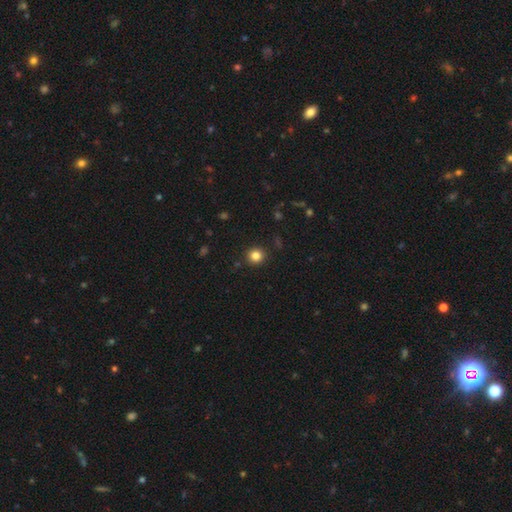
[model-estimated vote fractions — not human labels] Morphology: type=smooth (82%); roundness=round (93%); merging=none (91%).